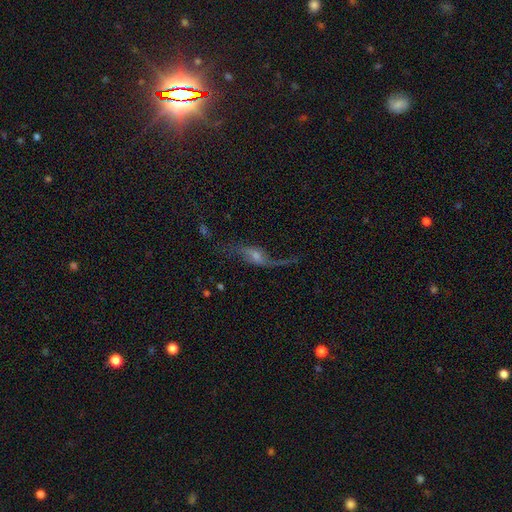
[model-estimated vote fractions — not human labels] A featured or disk galaxy (74%) with no bar (54%), 2 (87%) loose (92%) spiral arms (89%) and a small central bulge (45%). Merging: none (59%).